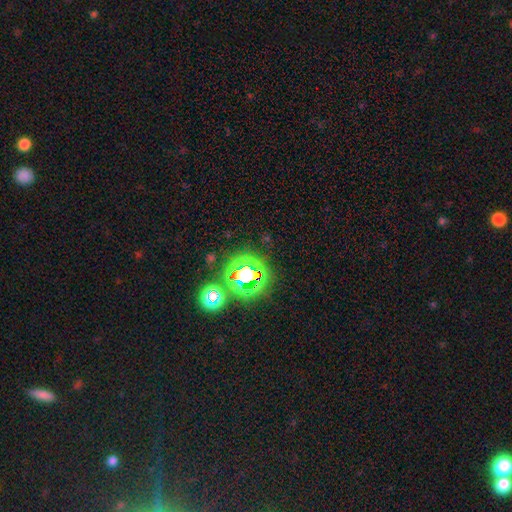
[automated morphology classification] star or artifact 77%, smooth 15%, featured or disk 8%.